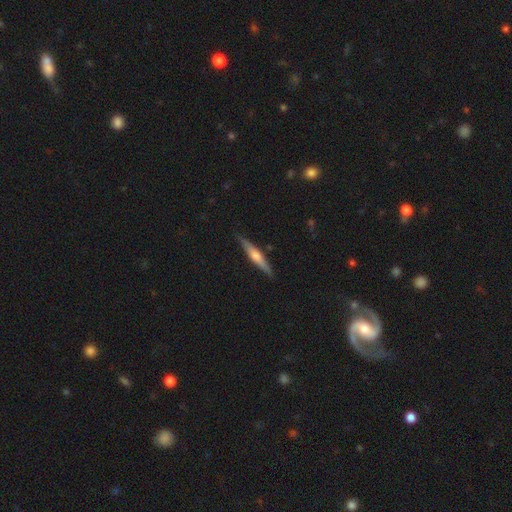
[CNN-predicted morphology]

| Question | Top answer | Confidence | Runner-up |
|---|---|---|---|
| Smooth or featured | featured or disk | 54% | smooth (41%) |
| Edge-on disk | yes | 95% | no (5%) |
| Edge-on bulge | rounded | 77% | none (12%) |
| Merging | none | 87% | minor disturbance (10%) |